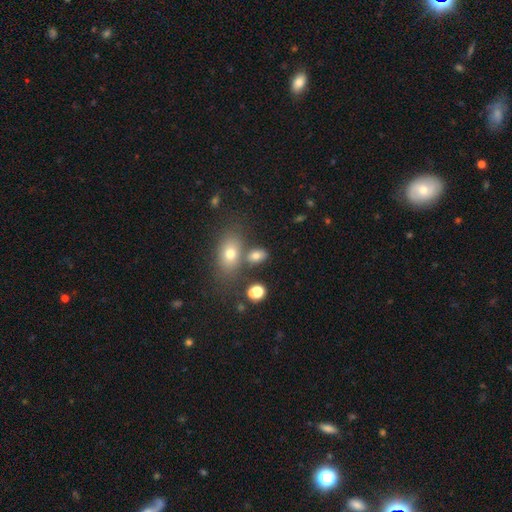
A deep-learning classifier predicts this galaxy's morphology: Smooth or featured? smooth (73%)
How rounded? in between (81%)
Merging? none (63%)